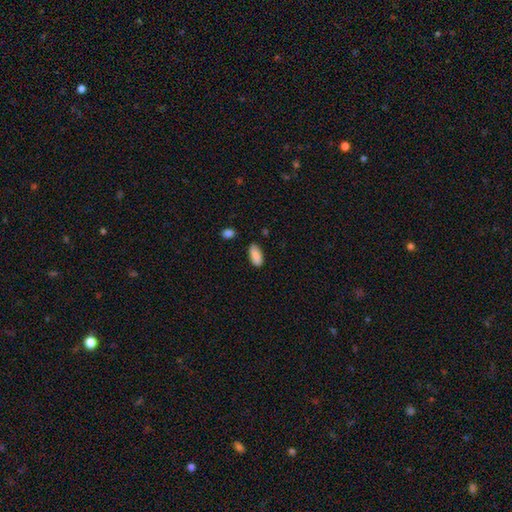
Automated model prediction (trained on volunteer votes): Smooth or featured?
  - smooth: 89% *
  - star or artifact: 6%
  - featured or disk: 5%
How rounded?
  - in between: 90% *
  - cigar-shaped: 9%
  - round: 2%
Merging?
  - none: 83% *
  - minor disturbance: 12%
  - major disturbance: 2%
  - merger: 2%